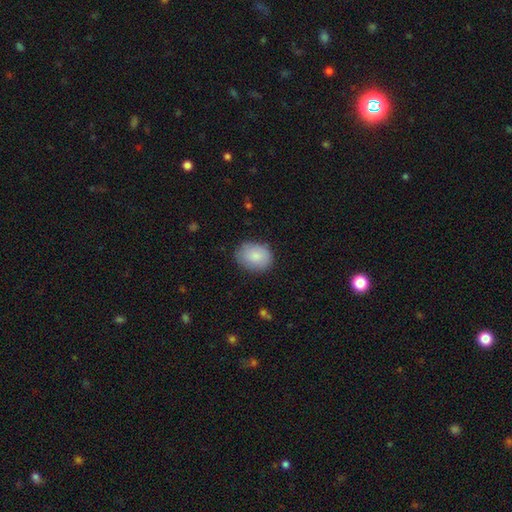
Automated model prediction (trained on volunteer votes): This is clearly a smooth galaxy (86%). How rounded: possibly in between (58%). Merging: likely none (78%).